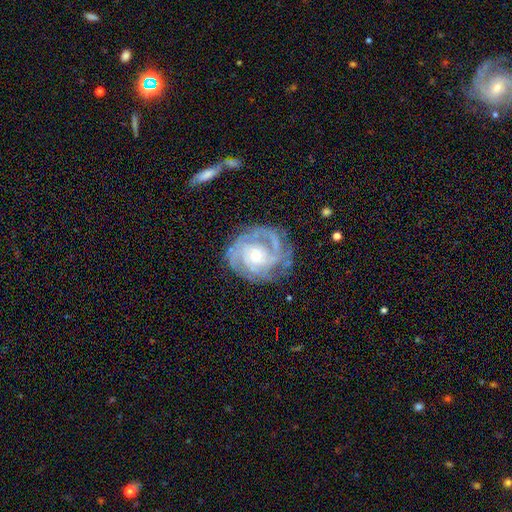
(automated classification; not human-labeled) Smooth or featured? featured or disk (87%)
Edge-on disk? no (98%)
Bar? no (70%)
Spiral arms? yes (96%)
Spiral winding? tight (67%)
Spiral arm count? can't tell (28%)
Bulge size? moderate (48%)
Merging? none (73%)